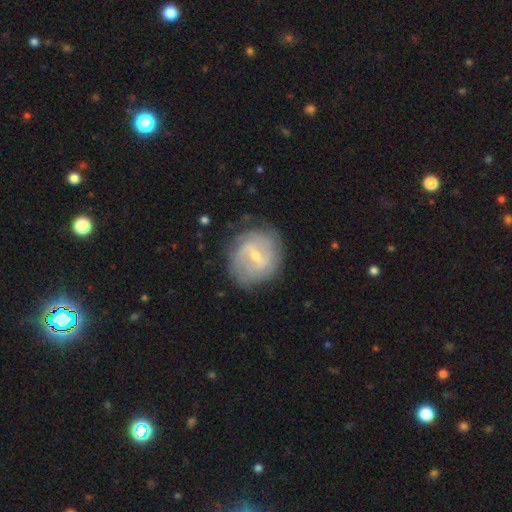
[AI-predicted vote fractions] smooth_or_featured: featured or disk (p=0.79) [alt: smooth p=0.15]
disk_edge_on: no (p=0.97) [alt: yes p=0.03]
bar: weak (p=0.55) [alt: strong p=0.30]
has_spiral_arms: yes (p=0.87) [alt: no p=0.13]
spiral_winding: tight (p=0.44) [alt: medium p=0.38]
spiral_arm_count: 2 (p=0.55) [alt: can't tell p=0.26]
bulge_size: small (p=0.62) [alt: moderate p=0.35]
merging: none (p=0.78) [alt: minor disturbance p=0.15]